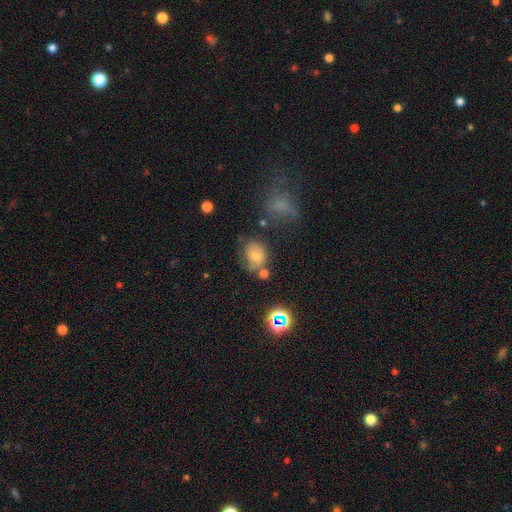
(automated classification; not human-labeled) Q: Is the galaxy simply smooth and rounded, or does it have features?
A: smooth — 62%.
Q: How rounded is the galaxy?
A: round — 51%.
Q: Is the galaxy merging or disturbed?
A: none — 51%.